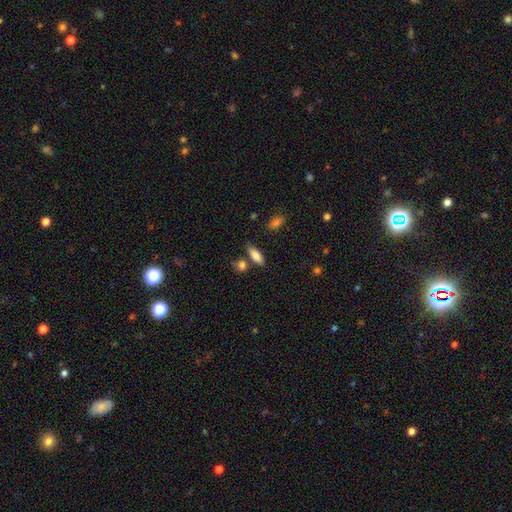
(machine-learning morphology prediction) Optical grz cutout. It shows a smooth galaxy with no disk features (83%) that is in between round and cigar-shaped (70%). Merging: none (70%).